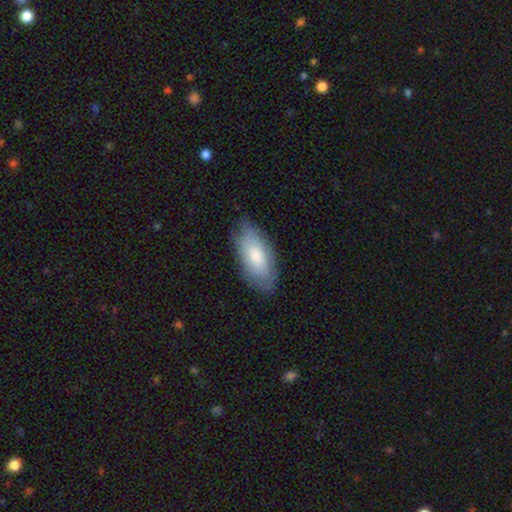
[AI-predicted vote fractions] Smooth or featured? smooth (70%)
How rounded? in between (90%)
Merging? none (74%)